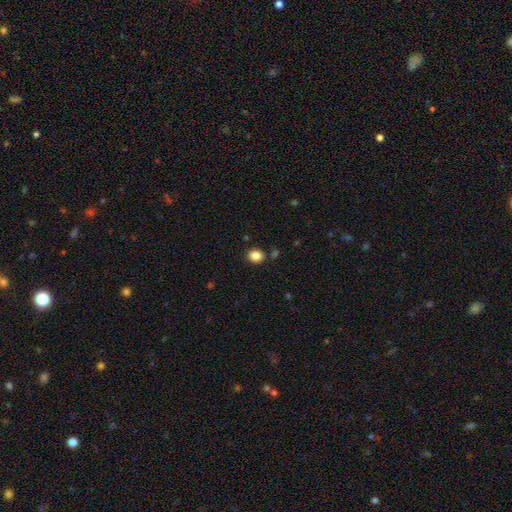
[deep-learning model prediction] Smooth or featured? Predicted: smooth (p=0.85). How rounded? Predicted: round (p=0.69). Merging? Predicted: none (p=0.86).